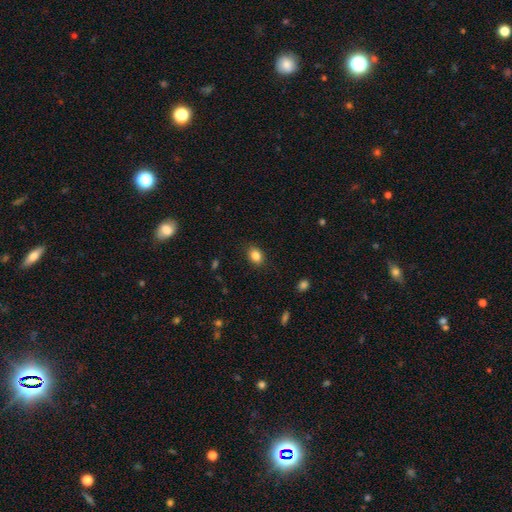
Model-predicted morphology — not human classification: Q: Smooth or featured?
A: smooth (85%); runner-up: star or artifact (10%)
Q: How rounded?
A: in between (69%); runner-up: round (30%)
Q: Merging?
A: none (84%); runner-up: minor disturbance (12%)